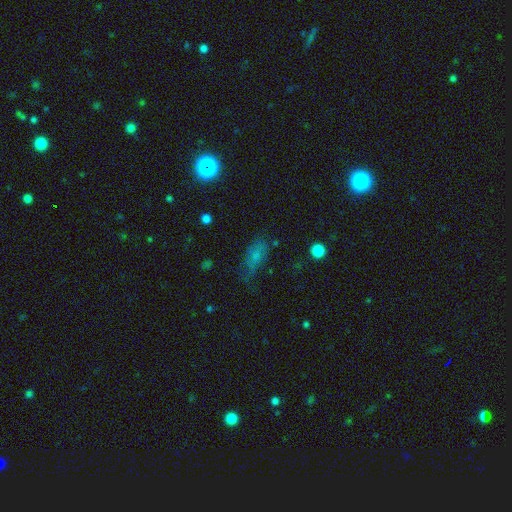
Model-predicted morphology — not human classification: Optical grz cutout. It shows a smooth galaxy with no disk features (61%) that is in between round and cigar-shaped (77%). Merging: none (52%).